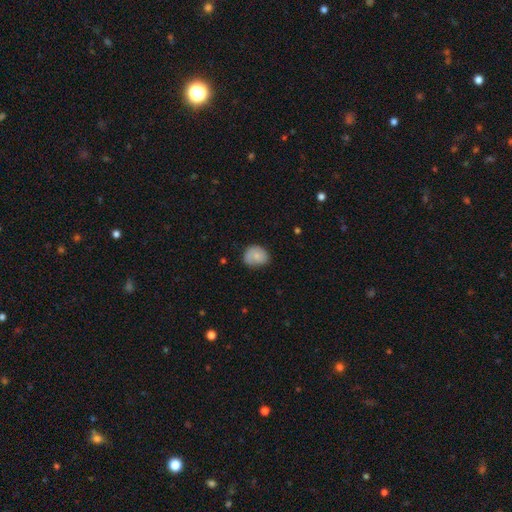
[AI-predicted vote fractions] Smooth or featured: smooth — 73% (featured or disk — 20%)
How rounded: round — 57% (in between — 42%)
Merging: none — 59% (minor disturbance — 31%)